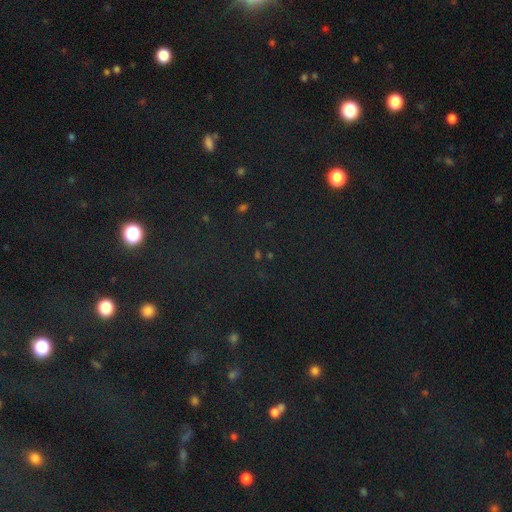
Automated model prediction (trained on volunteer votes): A star or artifact, not a galaxy (75%).